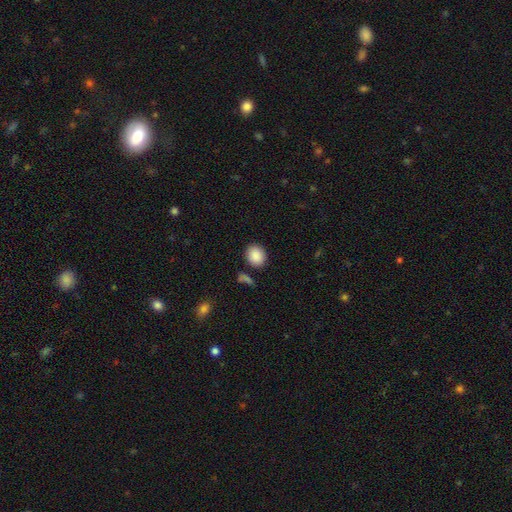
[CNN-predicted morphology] Smooth or featured? Predicted: smooth (p=0.88). How rounded? Predicted: round (p=0.65). Merging? Predicted: none (p=0.82).